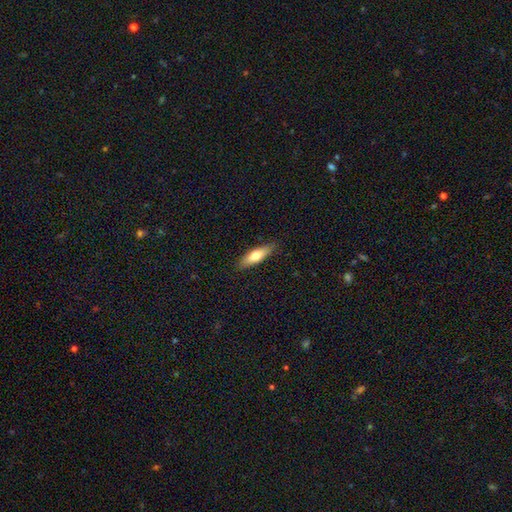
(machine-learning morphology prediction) Smooth or featured: smooth — 67% (featured or disk — 27%)
How rounded: cigar-shaped — 51% (in between — 47%)
Merging: none — 88% (minor disturbance — 10%)